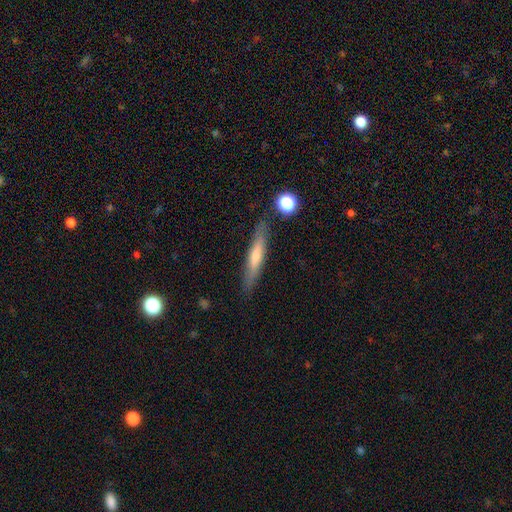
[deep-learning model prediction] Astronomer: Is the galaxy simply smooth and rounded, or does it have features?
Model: featured or disk — 51% (runner-up: smooth, 40%).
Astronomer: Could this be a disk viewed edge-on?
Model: yes — 92%.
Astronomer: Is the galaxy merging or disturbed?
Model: none — 86%.